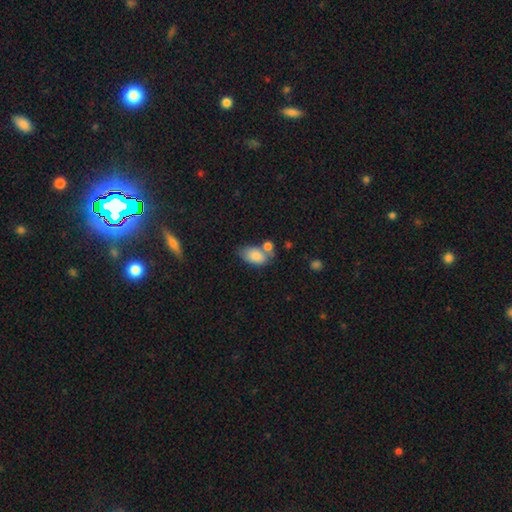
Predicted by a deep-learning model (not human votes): smooth 83%, featured or disk 10%, star or artifact 8%. Down the decision tree: how rounded — in between (92%); merging — none (43%).